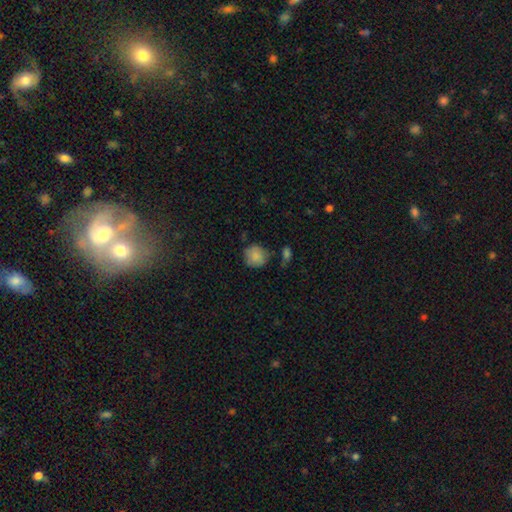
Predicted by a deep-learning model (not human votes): Smooth or featured? Predicted: smooth (p=0.84). How rounded? Predicted: round (p=0.85). Merging? Predicted: none (p=0.66).